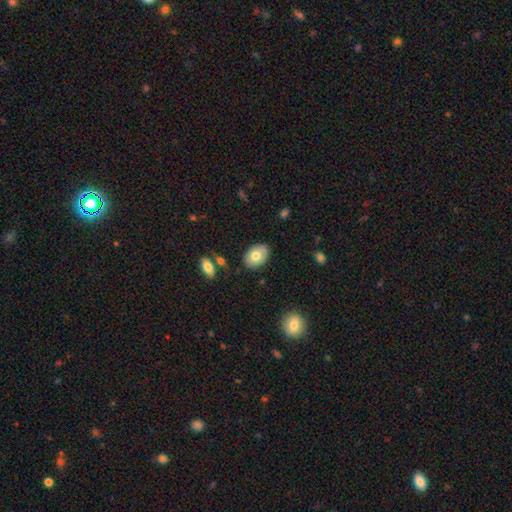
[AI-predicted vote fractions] This appears to be a smooth galaxy with no disk features (73%) that is in between round and cigar-shaped (86%). Merging: none (83%).